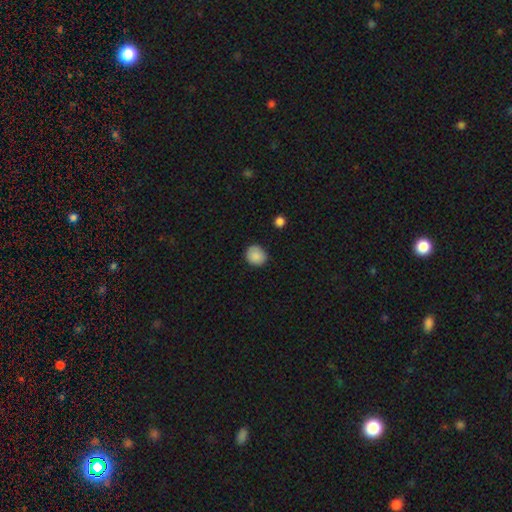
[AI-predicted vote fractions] Smooth or featured: smooth — 87% (star or artifact — 8%)
How rounded: round — 82% (in between — 17%)
Merging: none — 84% (minor disturbance — 12%)